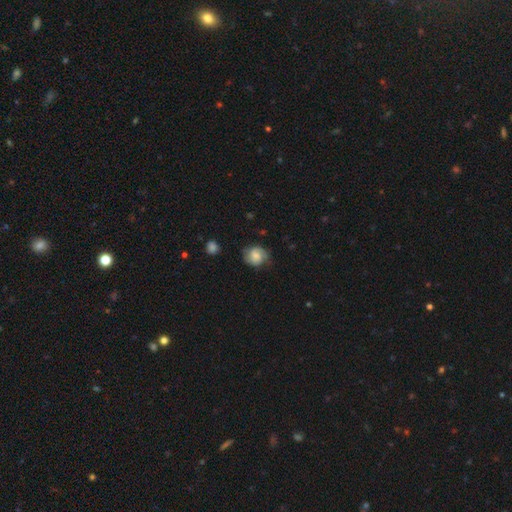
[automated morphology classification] smooth-or-featured: smooth: 46% | featured or disk: 45% | star or artifact: 8%
  merging: none: 68% | minor disturbance: 23% | major disturbance: 8% | merger: 2%